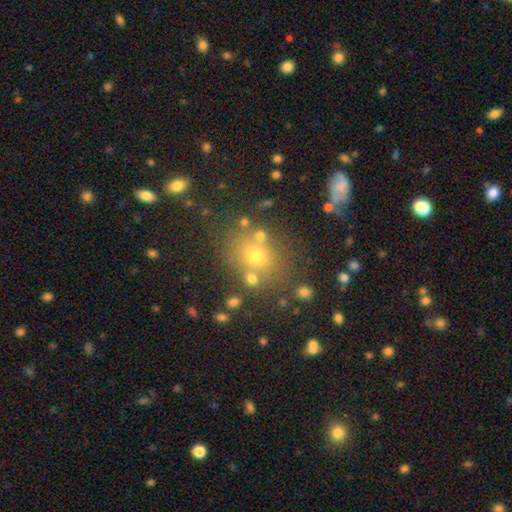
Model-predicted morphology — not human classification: Overall: smooth (65%). How rounded: round (61%; in between 38%). Merging: none (73%).